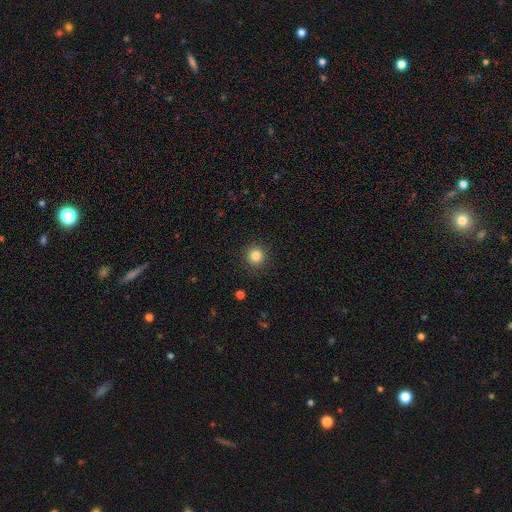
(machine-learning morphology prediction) type=smooth (83%); roundness=round (94%); merging=none (91%).